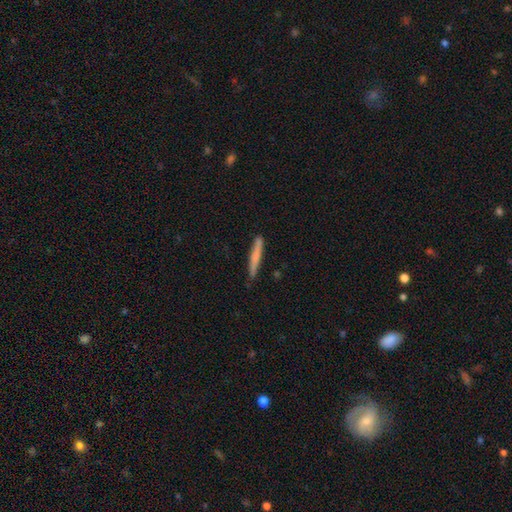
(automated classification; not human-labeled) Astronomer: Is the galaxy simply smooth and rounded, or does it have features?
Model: smooth — 68%.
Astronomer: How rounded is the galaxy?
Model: cigar-shaped — 96%.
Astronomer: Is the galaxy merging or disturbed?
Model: none — 85%.